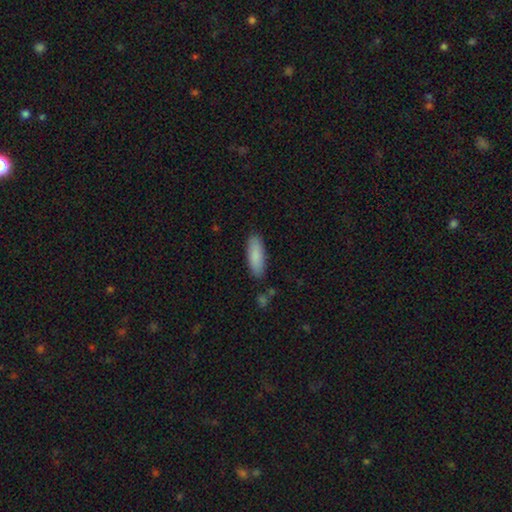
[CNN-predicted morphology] type=smooth (87%); roundness=in between (60%); merging=none (85%).